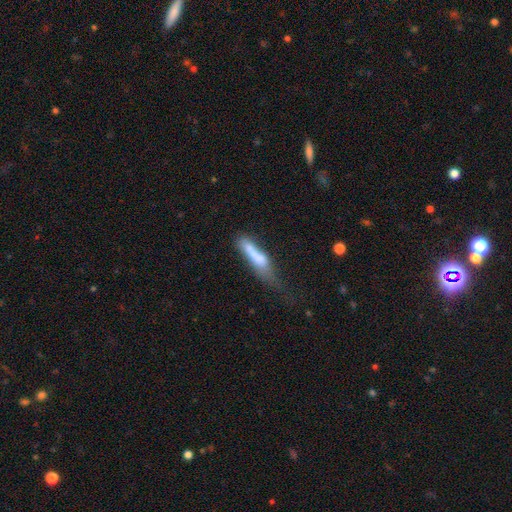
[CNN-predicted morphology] Q: Smooth or featured?
A: smooth (63%); runner-up: featured or disk (29%)
Q: How rounded?
A: cigar-shaped (73%); runner-up: in between (24%)
Q: Merging?
A: minor disturbance (25%); tied with: major disturbance (25%); none (25%)